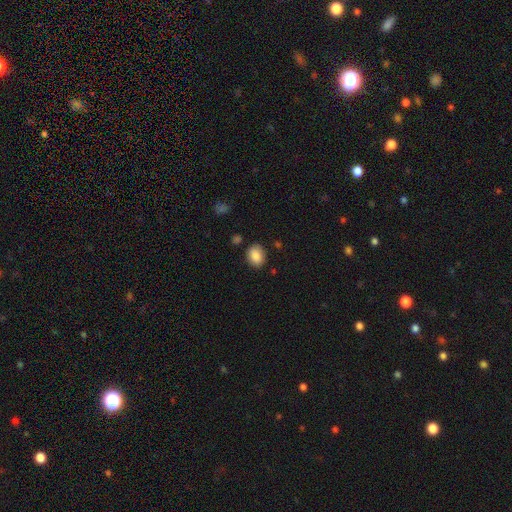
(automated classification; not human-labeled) A smooth galaxy with no disk features (87%) that is in between round and cigar-shaped (67%). Merging: none (83%).